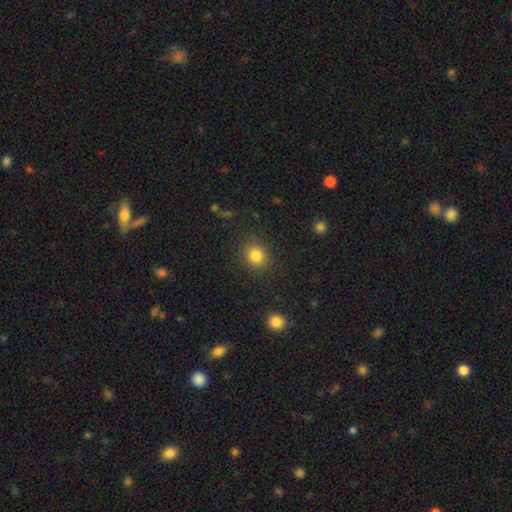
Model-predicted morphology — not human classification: Smooth or featured? Predicted: smooth (p=0.82). How rounded? Predicted: round (p=0.74). Merging? Predicted: none (p=0.84).